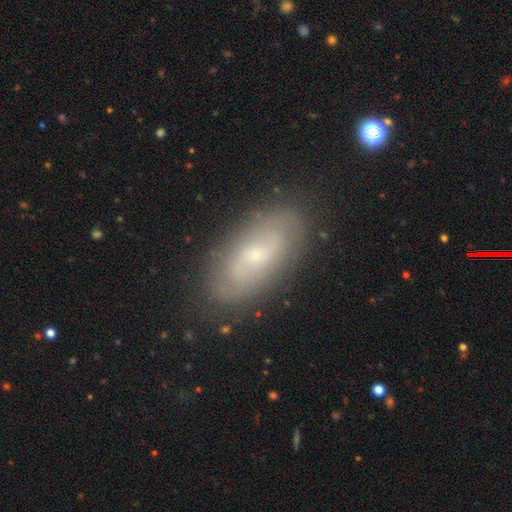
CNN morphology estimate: smooth_or_featured: featured or disk (p=0.61) [alt: smooth p=0.31]
disk_edge_on: no (p=0.90) [alt: yes p=0.10]
bar: no (p=0.57) [alt: weak p=0.36]
has_spiral_arms: yes (p=0.76) [alt: no p=0.24]
bulge_size: small (p=0.67) [alt: moderate p=0.27]
merging: none (p=0.82) [alt: minor disturbance p=0.13]